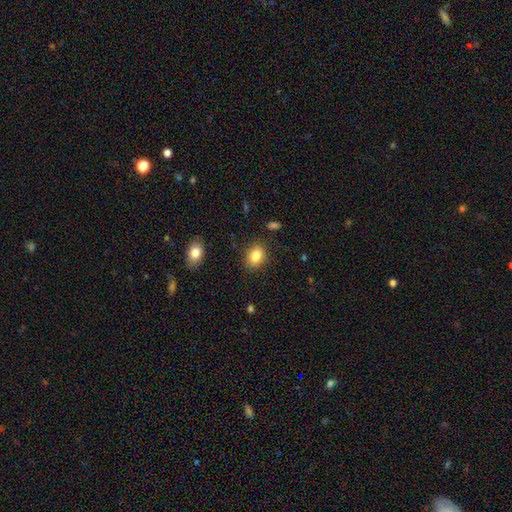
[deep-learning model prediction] A smooth galaxy with no disk features (83%) that is in between round and cigar-shaped (68%).

Vote fractions:
- Smooth or featured? smooth: 83% / star or artifact: 9% / featured or disk: 8%
- How rounded? in between: 68% / round: 31% / cigar-shaped: 1%
- Merging? none: 87% / minor disturbance: 9% / major disturbance: 2% / merger: 2%